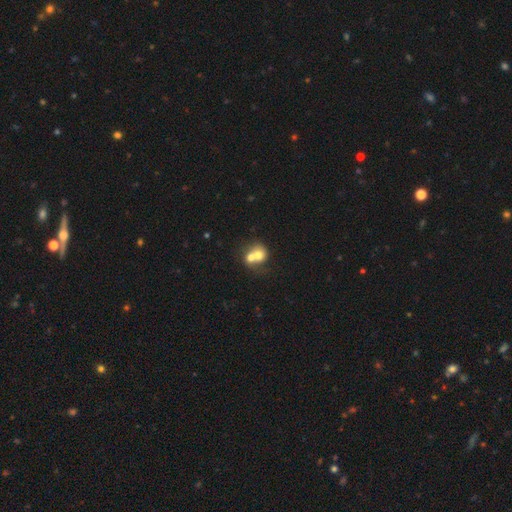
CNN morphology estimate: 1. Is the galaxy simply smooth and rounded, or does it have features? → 65% smooth, 26% featured or disk, 9% star or artifact.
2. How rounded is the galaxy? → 69% round, 30% in between, 1% cigar-shaped.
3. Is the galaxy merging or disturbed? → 72% merger, 18% none, 5% minor disturbance, 4% major disturbance.